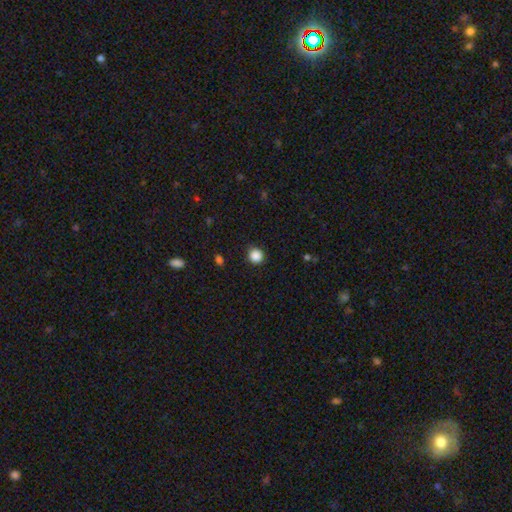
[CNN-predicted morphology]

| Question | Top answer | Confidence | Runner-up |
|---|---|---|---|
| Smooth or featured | smooth | 87% | star or artifact (10%) |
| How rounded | round | 90% | in between (9%) |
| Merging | none | 90% | minor disturbance (7%) |